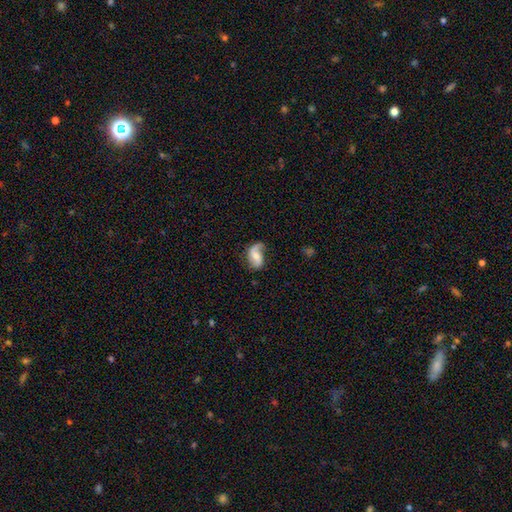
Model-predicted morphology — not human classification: Smooth or featured? Predicted: featured or disk (p=0.69). Edge-on disk? Predicted: no (p=0.97). Bar? Predicted: no (p=0.45). Spiral arms? Predicted: yes (p=0.93). Spiral winding? Predicted: loose (p=0.60). Spiral arm count? Predicted: 2 (p=0.68). Bulge size? Predicted: moderate (p=0.46). Merging? Predicted: none (p=0.54).